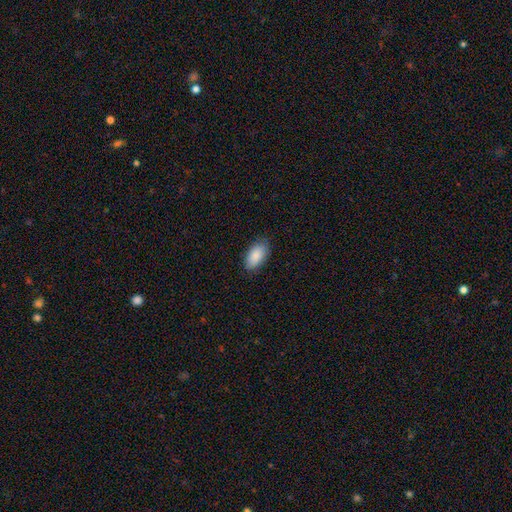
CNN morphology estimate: Smooth or featured: smooth — 89% (star or artifact — 6%)
How rounded: in between — 94% (cigar-shaped — 3%)
Merging: none — 85% (minor disturbance — 12%)